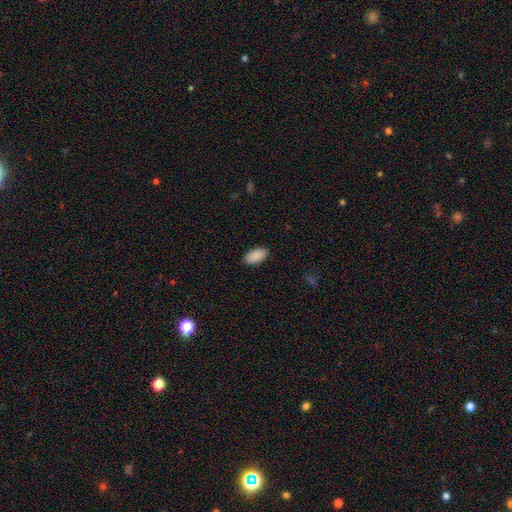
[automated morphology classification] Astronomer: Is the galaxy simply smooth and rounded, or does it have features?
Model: smooth — 91%.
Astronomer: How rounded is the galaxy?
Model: in between — 95%.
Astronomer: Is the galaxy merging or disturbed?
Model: none — 89%.